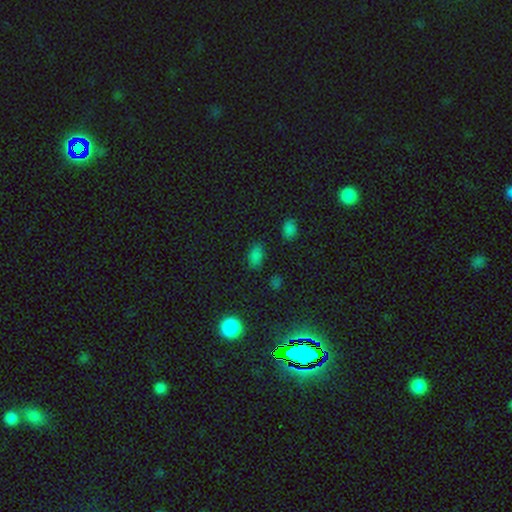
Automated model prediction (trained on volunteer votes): This is likely a smooth galaxy (72%). How rounded: clearly in between (87%). Merging: likely none (78%).